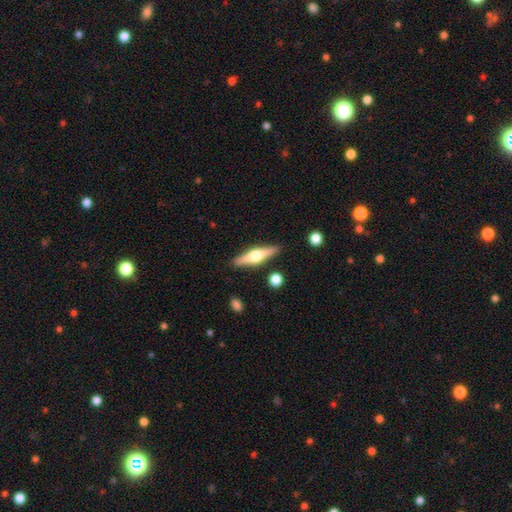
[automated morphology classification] type=featured or disk (67%); edge-on=yes (96%); edge-on bulge=rounded (94%); merging=none (88%).